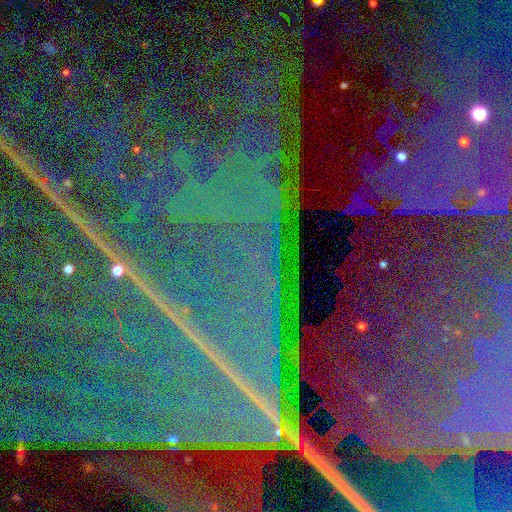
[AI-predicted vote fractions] This appears to be a star or artifact, not a galaxy (89%).